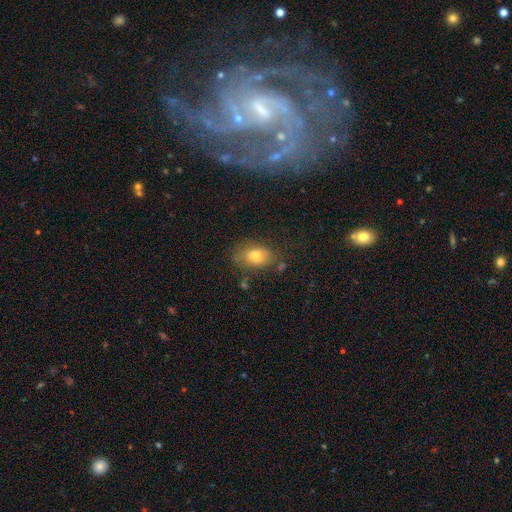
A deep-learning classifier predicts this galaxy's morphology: Q: Smooth or featured?
A: smooth (75%); runner-up: featured or disk (14%)
Q: How rounded?
A: in between (78%); runner-up: round (21%)
Q: Merging?
A: none (68%); runner-up: minor disturbance (20%)